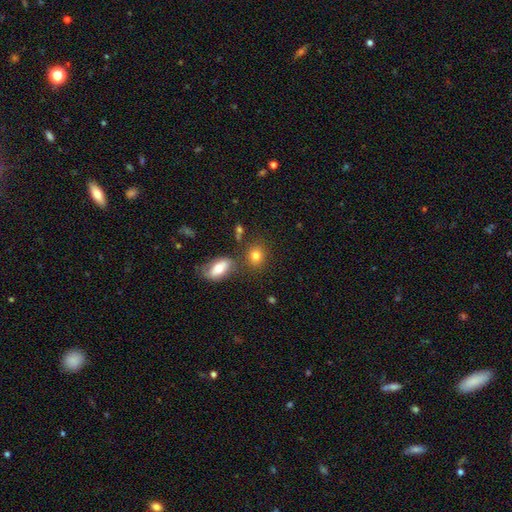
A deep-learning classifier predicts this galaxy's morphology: A smooth galaxy with no disk features (78%) that is round (60%).

Vote fractions:
- Smooth or featured? smooth: 78% / star or artifact: 11% / featured or disk: 11%
- How rounded? round: 60% / in between: 38% / cigar-shaped: 2%
- Merging? none: 72% / merger: 13% / minor disturbance: 11% / major disturbance: 4%